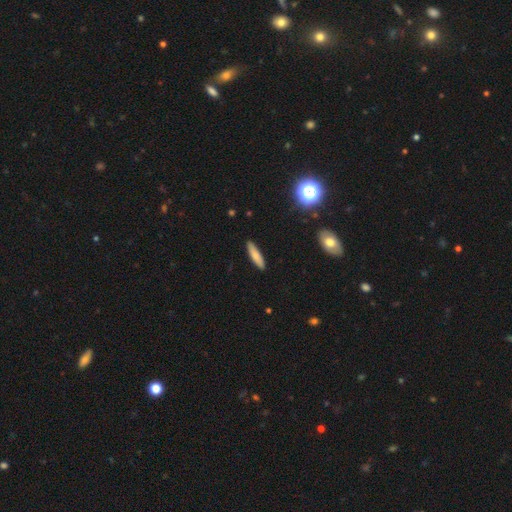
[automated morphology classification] Overall: smooth (77%). How rounded: cigar-shaped (75%). Merging: none (90%).